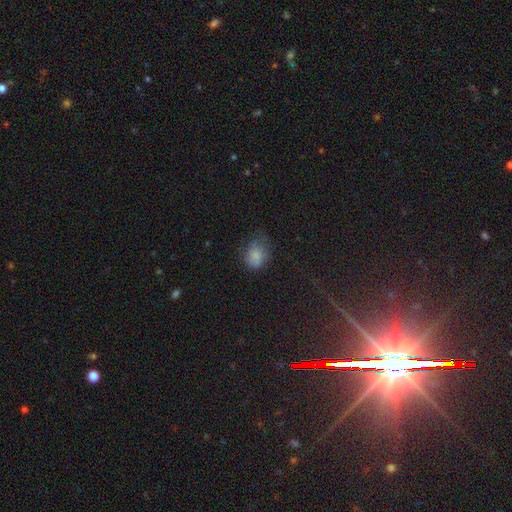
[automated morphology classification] Smooth or featured? smooth (77%)
How rounded? in between (51%)
Merging? none (47%)